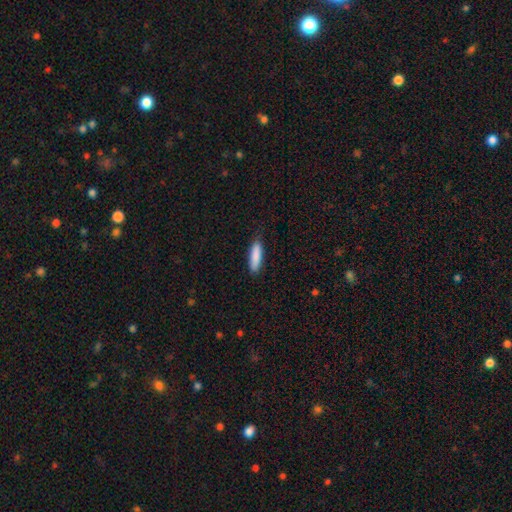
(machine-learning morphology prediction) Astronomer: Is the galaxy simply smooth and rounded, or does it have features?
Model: smooth — 88%.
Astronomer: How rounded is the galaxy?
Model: cigar-shaped — 63%.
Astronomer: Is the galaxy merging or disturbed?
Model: none — 80%.